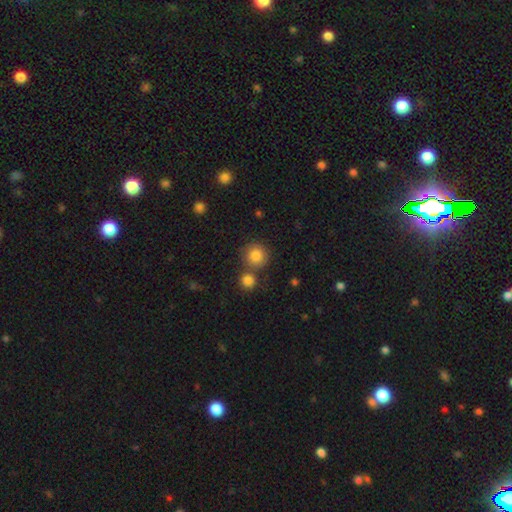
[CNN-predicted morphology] Smooth or featured? smooth (84%)
How rounded? round (92%)
Merging? none (70%)